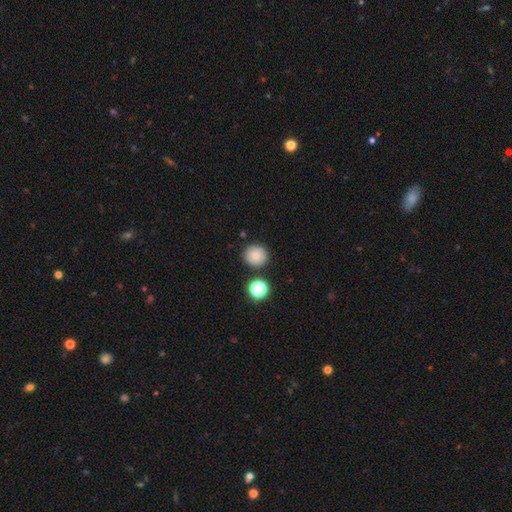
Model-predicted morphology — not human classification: A smooth galaxy with no disk features (83%) that is round (92%). Merging: none (85%).